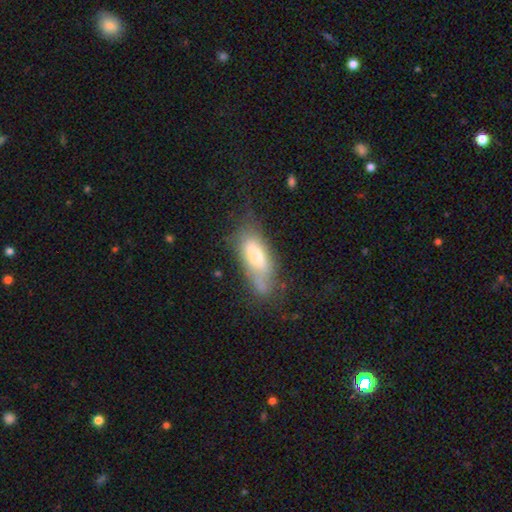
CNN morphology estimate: Overall: smooth (62%; featured or disk 31%). How rounded: in between (75%). Merging: none (46%; minor disturbance 30%).